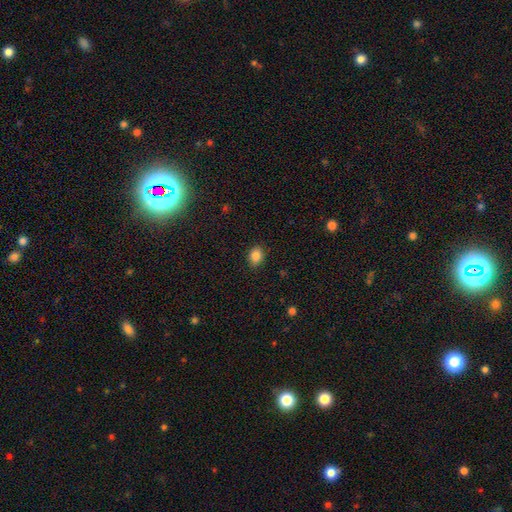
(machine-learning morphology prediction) type=smooth (86%); roundness=in between (58%); merging=none (87%).